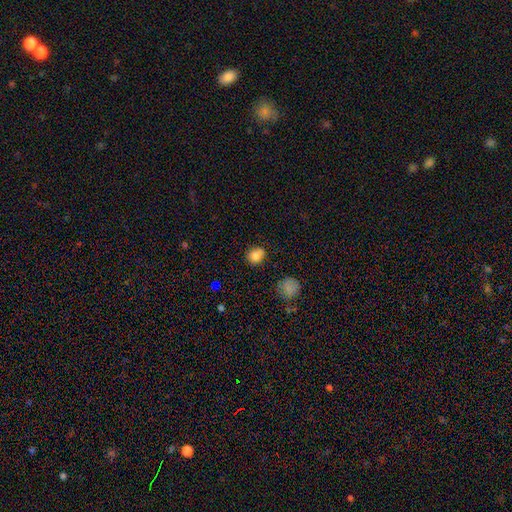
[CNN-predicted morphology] Smooth or featured? Predicted: smooth (p=0.81). How rounded? Predicted: round (p=0.69). Merging? Predicted: none (p=0.71).